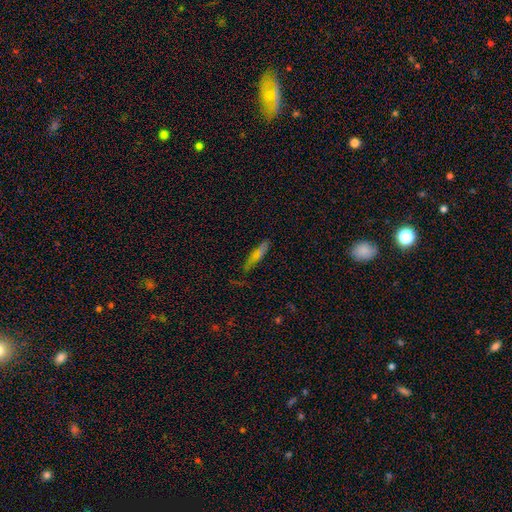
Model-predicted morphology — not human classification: smooth_or_featured: smooth (p=0.68) [alt: featured or disk p=0.19]
how_rounded: cigar-shaped (p=0.72) [alt: in between p=0.25]
merging: none (p=0.60) [alt: minor disturbance p=0.27]